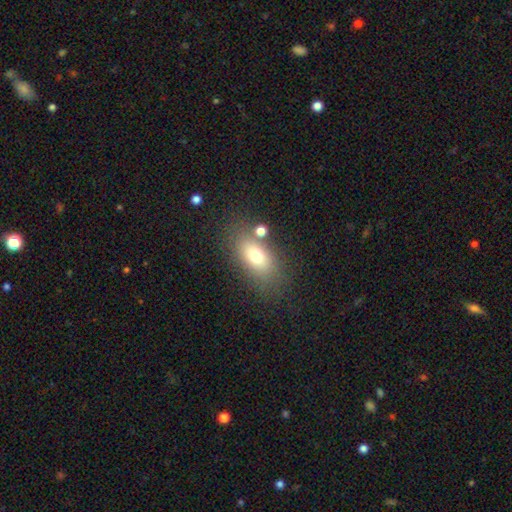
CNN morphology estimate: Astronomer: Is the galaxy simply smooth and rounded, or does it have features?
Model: smooth — 73%.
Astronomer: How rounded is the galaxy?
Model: in between — 84%.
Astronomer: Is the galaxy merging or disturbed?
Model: none — 72%.